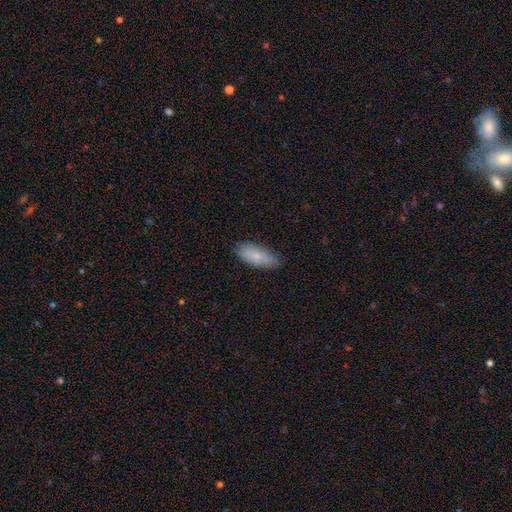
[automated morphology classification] A smooth galaxy with no disk features (79%) that is in between round and cigar-shaped (81%).

Vote fractions:
- Smooth or featured? smooth: 79% / featured or disk: 15% / star or artifact: 6%
- How rounded? in between: 81% / cigar-shaped: 17% / round: 2%
- Merging? none: 79% / minor disturbance: 17% / major disturbance: 3% / merger: 1%